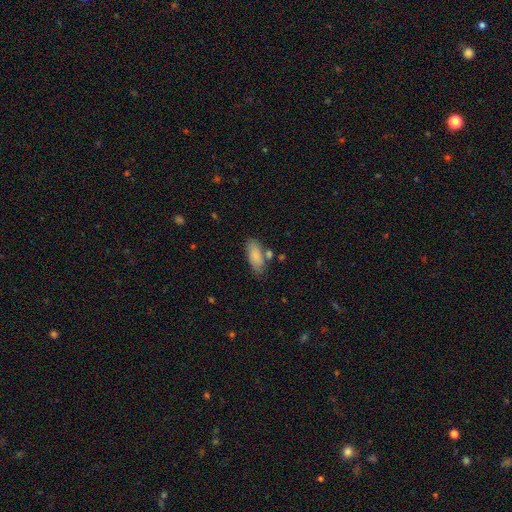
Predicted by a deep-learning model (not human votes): Morphology: type=smooth (83%); roundness=in between (85%); merging=none (70%).